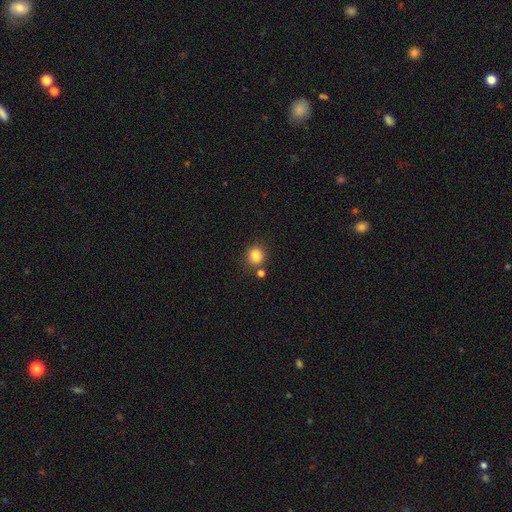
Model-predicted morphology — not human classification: smooth-or-featured: smooth: 83% | star or artifact: 12% | featured or disk: 6%
  how-rounded: round: 81% | in between: 18% | cigar-shaped: 1%
  merging: none: 76% | merger: 12% | minor disturbance: 10% | major disturbance: 3%